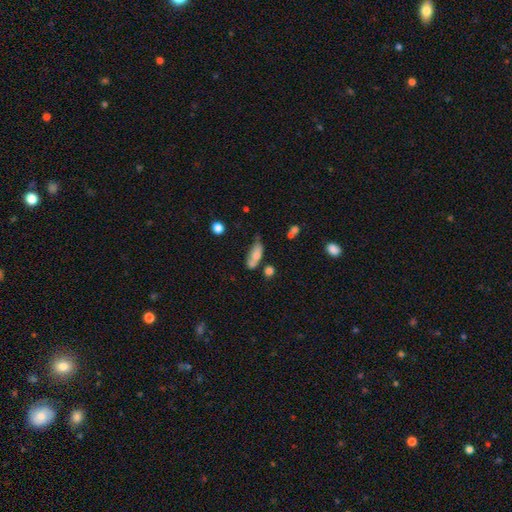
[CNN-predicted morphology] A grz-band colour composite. It shows a smooth galaxy with no disk features (70%) that is in between round and cigar-shaped (74%). Merging: none (41%).